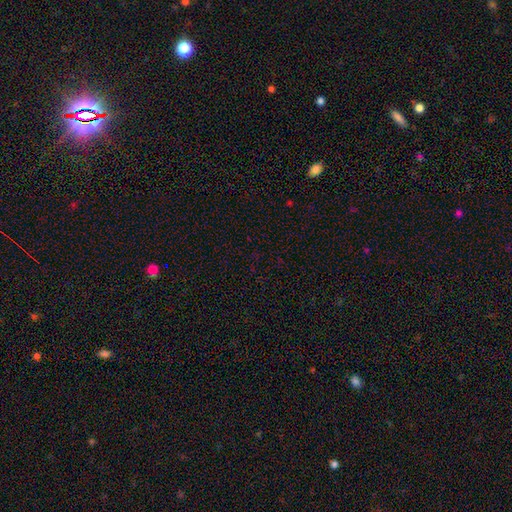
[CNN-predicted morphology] smooth-or-featured: star or artifact: 69% | smooth: 24% | featured or disk: 7%